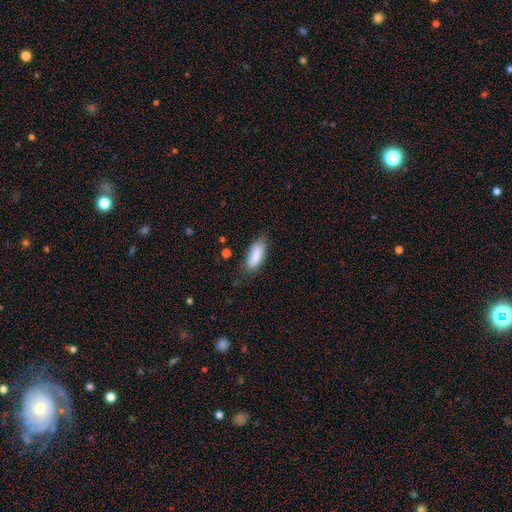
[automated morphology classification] A smooth galaxy with no disk features (86%) that is in between round and cigar-shaped (81%). Merging: none (74%).